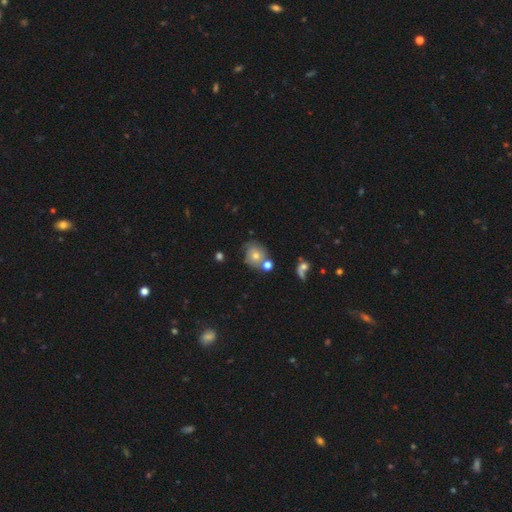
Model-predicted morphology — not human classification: This appears to be a smooth galaxy with no disk features (57%) that is round (74%). Merging: none (56%).